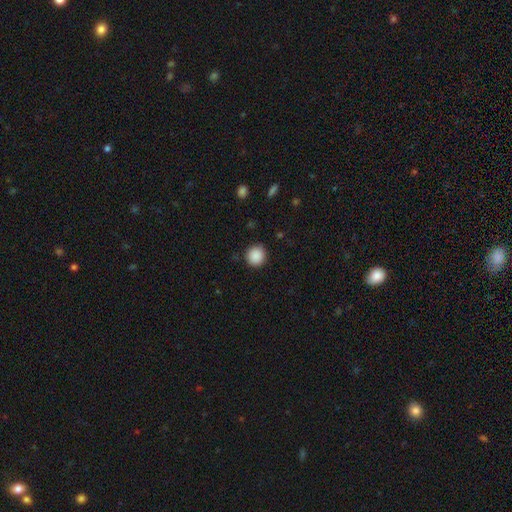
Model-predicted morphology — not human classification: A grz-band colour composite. It shows a smooth galaxy with no disk features (89%) that is round (92%). Merging: none (88%).